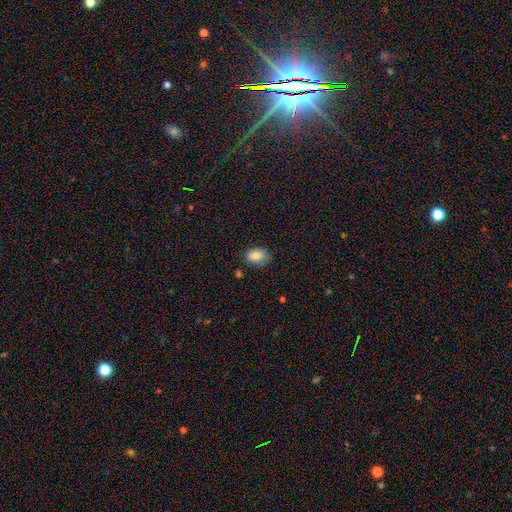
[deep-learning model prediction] Smooth or featured?
  - smooth: 85% *
  - star or artifact: 8%
  - featured or disk: 7%
How rounded?
  - in between: 83% *
  - round: 16%
  - cigar-shaped: 1%
Merging?
  - none: 71% *
  - minor disturbance: 22%
  - major disturbance: 4%
  - merger: 2%